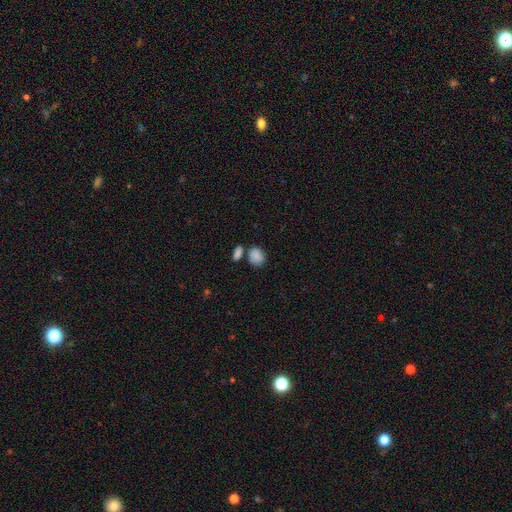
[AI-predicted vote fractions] smooth-or-featured: smooth: 86% | star or artifact: 8% | featured or disk: 6%
  how-rounded: in between: 64% | round: 34% | cigar-shaped: 1%
  merging: none: 57% | merger: 23% | minor disturbance: 15% | major disturbance: 5%